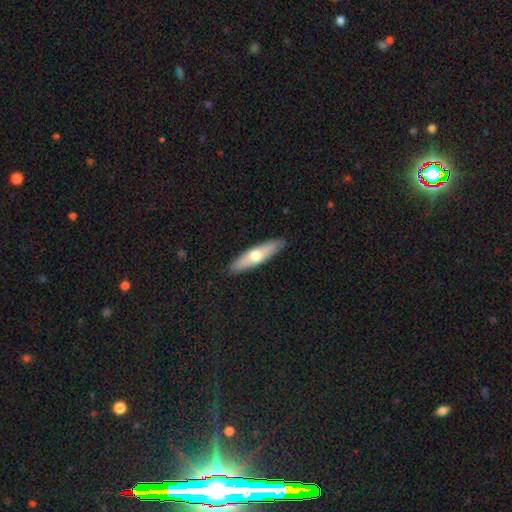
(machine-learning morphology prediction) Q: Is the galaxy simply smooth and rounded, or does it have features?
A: smooth — 54%.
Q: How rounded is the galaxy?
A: cigar-shaped — 71%.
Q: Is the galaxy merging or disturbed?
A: none — 90%.